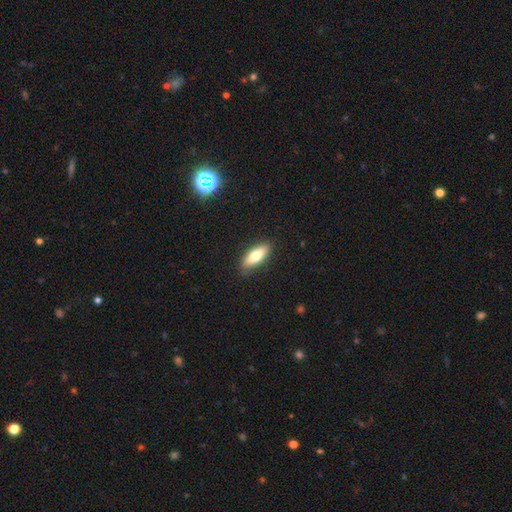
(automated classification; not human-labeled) smooth_or_featured: smooth (p=0.68) [alt: featured or disk p=0.26]
how_rounded: in between (p=0.59) [alt: cigar-shaped p=0.38]
merging: none (p=0.87) [alt: minor disturbance p=0.10]